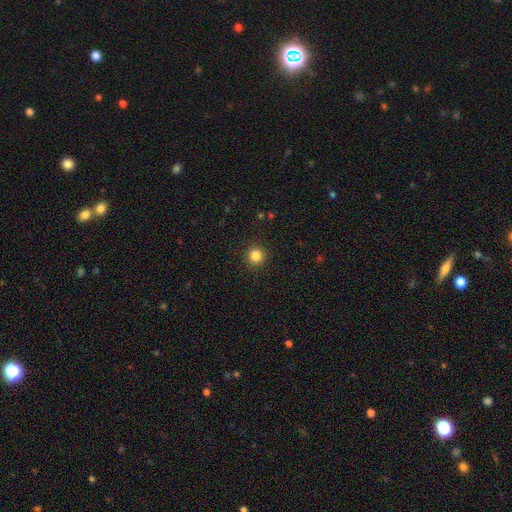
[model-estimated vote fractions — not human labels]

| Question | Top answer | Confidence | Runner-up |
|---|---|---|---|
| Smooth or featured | smooth | 85% | star or artifact (12%) |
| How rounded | round | 93% | in between (6%) |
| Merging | none | 91% | minor disturbance (6%) |